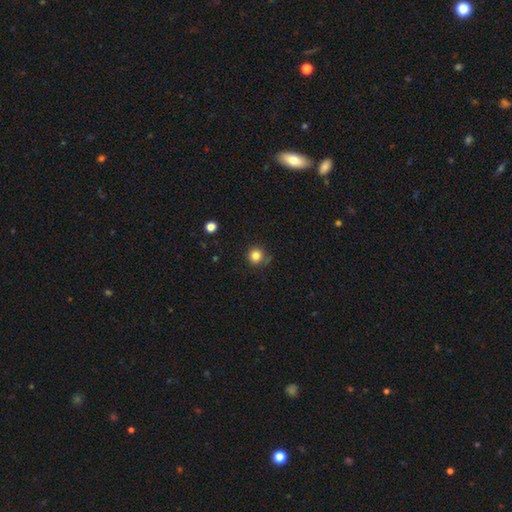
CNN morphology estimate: smooth-or-featured: smooth: 82% | star or artifact: 12% | featured or disk: 6%
  how-rounded: round: 94% | in between: 5% | cigar-shaped: 1%
  merging: none: 81% | minor disturbance: 14% | major disturbance: 4% | merger: 2%